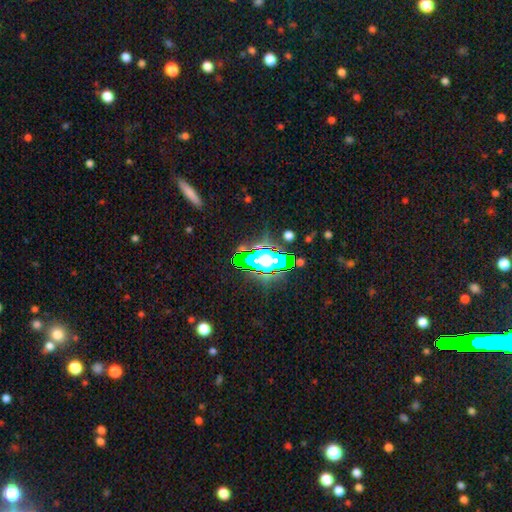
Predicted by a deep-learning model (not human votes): smooth_or_featured: star or artifact (p=0.64) [alt: smooth p=0.19]